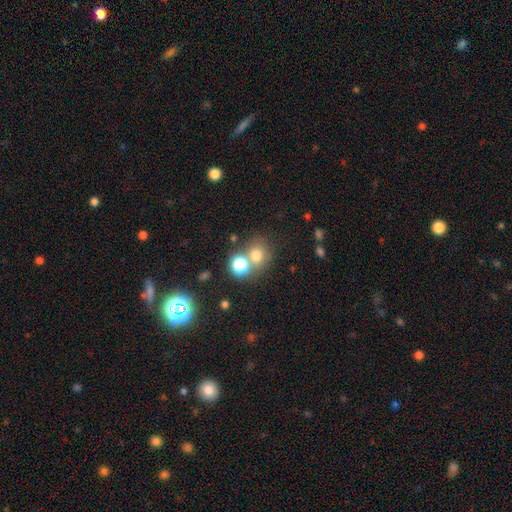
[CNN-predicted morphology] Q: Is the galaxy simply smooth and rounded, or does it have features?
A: smooth — 71%.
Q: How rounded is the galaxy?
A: round — 81%.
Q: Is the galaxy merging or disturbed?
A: none — 57%.